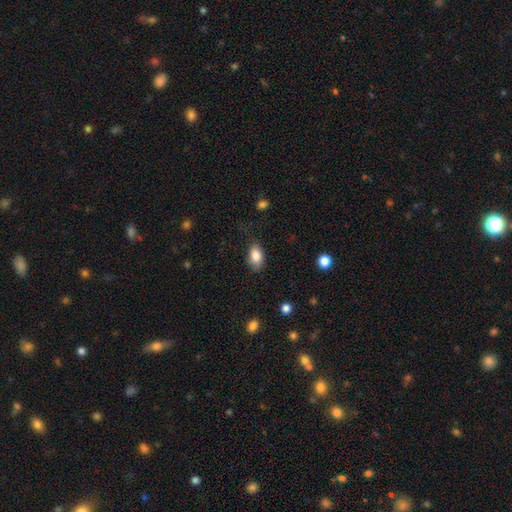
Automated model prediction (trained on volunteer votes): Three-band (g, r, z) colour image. It shows a smooth galaxy with no disk features (83%) that is in between round and cigar-shaped (90%). Merging: none (77%).